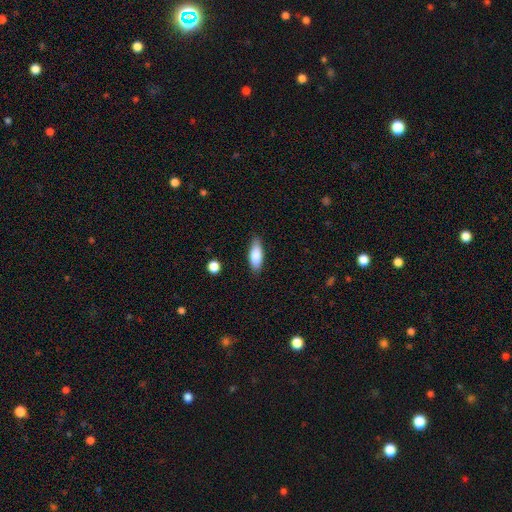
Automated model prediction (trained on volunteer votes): A smooth galaxy with no disk features (83%) that is in between round and cigar-shaped (69%). Merging: none (83%).